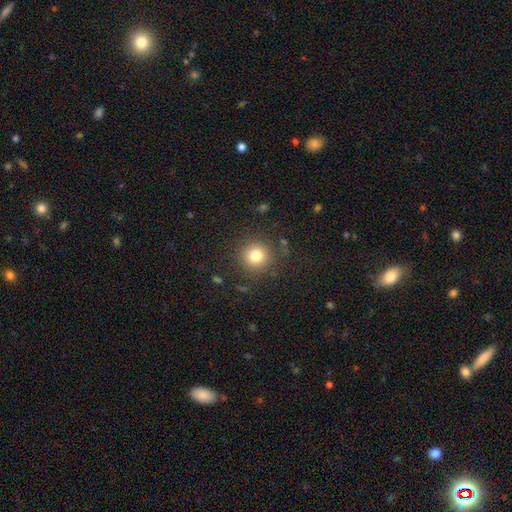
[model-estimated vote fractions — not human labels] This is likely a smooth galaxy (79%). How rounded: clearly round (94%). Merging: clearly none (87%).